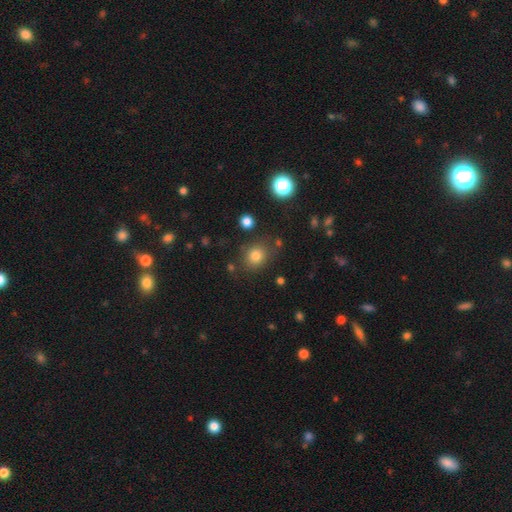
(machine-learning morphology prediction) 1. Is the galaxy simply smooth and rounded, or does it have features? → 79% smooth, 14% star or artifact, 7% featured or disk.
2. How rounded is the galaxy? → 73% round, 26% in between, 1% cigar-shaped.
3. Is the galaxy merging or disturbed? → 79% none, 12% minor disturbance, 4% merger, 4% major disturbance.